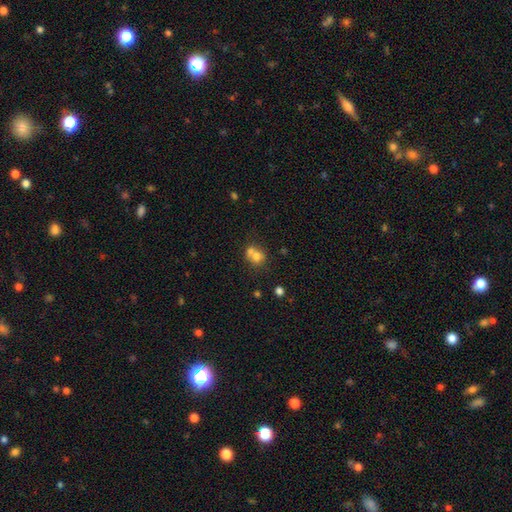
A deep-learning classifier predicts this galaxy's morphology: smooth-or-featured: smooth: 70% | featured or disk: 17% | star or artifact: 13%
  how-rounded: round: 74% | in between: 25% | cigar-shaped: 1%
  merging: merger: 57% | none: 32% | minor disturbance: 8% | major disturbance: 3%